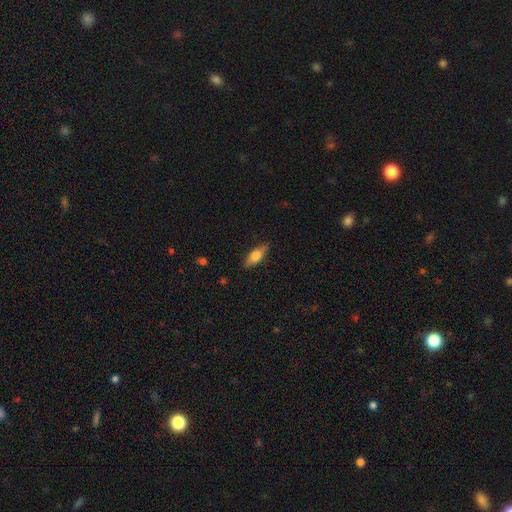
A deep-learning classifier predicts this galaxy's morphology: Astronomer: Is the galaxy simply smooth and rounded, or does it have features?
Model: smooth — 64%.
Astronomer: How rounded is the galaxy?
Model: in between — 69%.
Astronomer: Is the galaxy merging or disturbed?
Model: none — 85%.